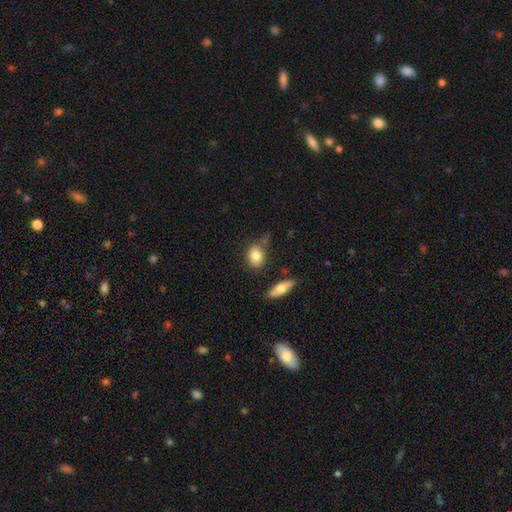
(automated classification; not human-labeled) A smooth galaxy with no disk features (81%) that is in between round and cigar-shaped (55%).

Vote fractions:
- Smooth or featured? smooth: 81% / featured or disk: 12% / star or artifact: 7%
- How rounded? in between: 55% / round: 43% / cigar-shaped: 2%
- Merging? none: 67% / minor disturbance: 19% / merger: 8% / major disturbance: 5%